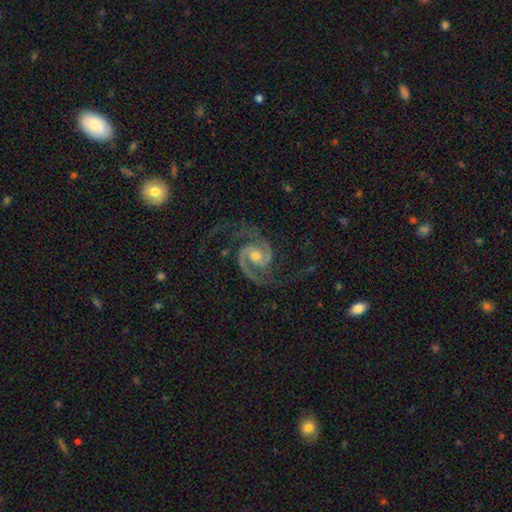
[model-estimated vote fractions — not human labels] A featured or disk galaxy (93%) with no bar (54%), 2 (91%) medium (60%) spiral arms (99%) and a moderate central bulge (60%). Merging: none (71%).